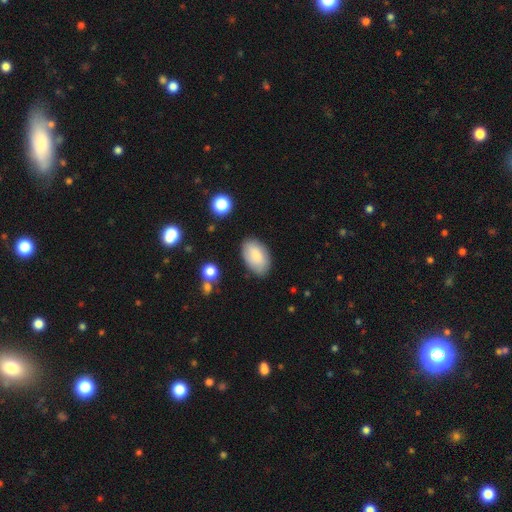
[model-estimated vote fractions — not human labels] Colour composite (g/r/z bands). It shows a smooth galaxy with no disk features (81%) that is in between round and cigar-shaped (93%). Merging: none (80%).